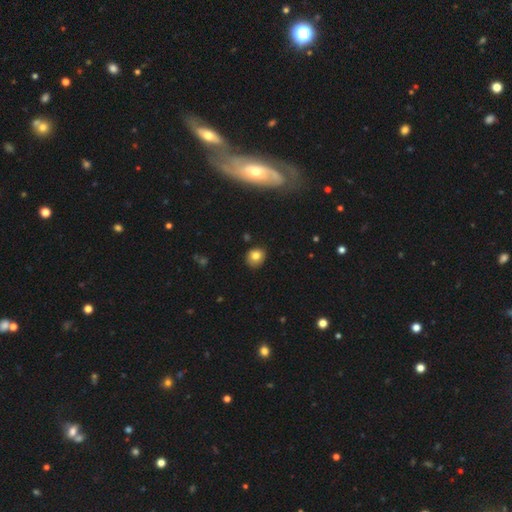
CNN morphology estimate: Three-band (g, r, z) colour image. It shows a smooth galaxy with no disk features (78%) that is round (77%). Merging: none (83%).